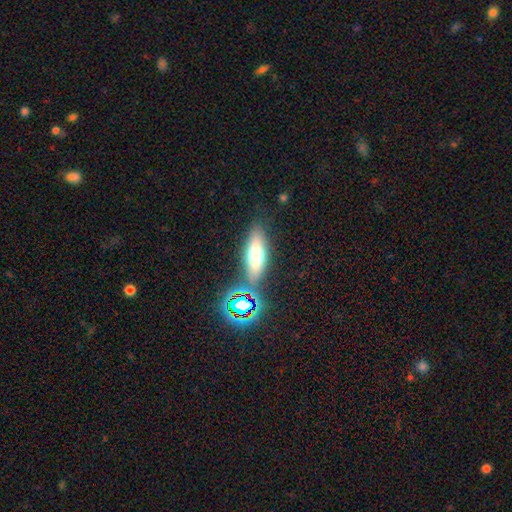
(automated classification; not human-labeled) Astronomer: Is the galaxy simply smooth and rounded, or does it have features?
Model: smooth — 58%.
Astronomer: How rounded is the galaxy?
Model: in between — 55% (runner-up: cigar-shaped, 41%).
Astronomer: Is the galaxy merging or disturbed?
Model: none — 78%.